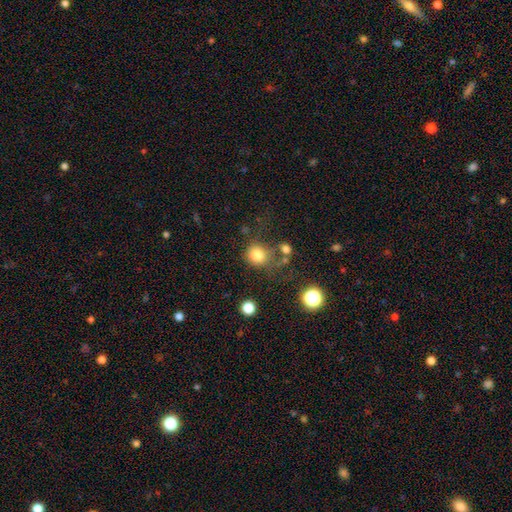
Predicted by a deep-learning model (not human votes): The model was most divided on "merging": none: 63%, minor disturbance: 17%, major disturbance: 10%, merger: 10%. More confident: how rounded — round (85%); smooth or featured — smooth (80%).